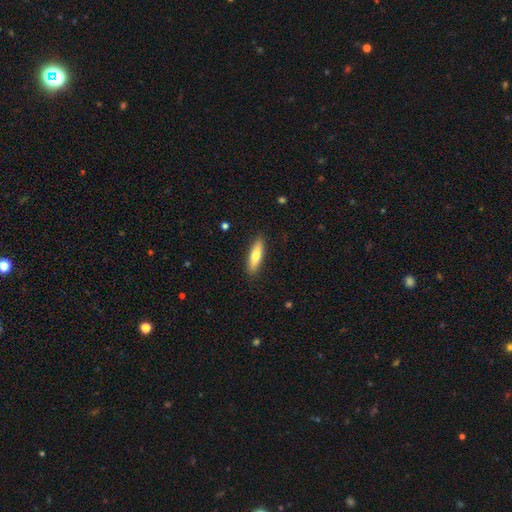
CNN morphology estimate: smooth-or-featured: smooth: 71% | featured or disk: 23% | star or artifact: 6%
  how-rounded: cigar-shaped: 63% | in between: 35% | round: 2%
  merging: none: 89% | minor disturbance: 8% | major disturbance: 2% | merger: 1%